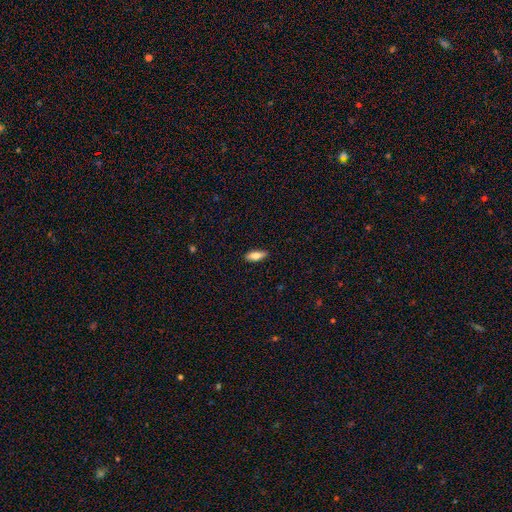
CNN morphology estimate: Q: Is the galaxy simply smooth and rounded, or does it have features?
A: smooth — 77%.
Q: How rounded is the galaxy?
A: in between — 72%.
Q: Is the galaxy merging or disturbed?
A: none — 87%.